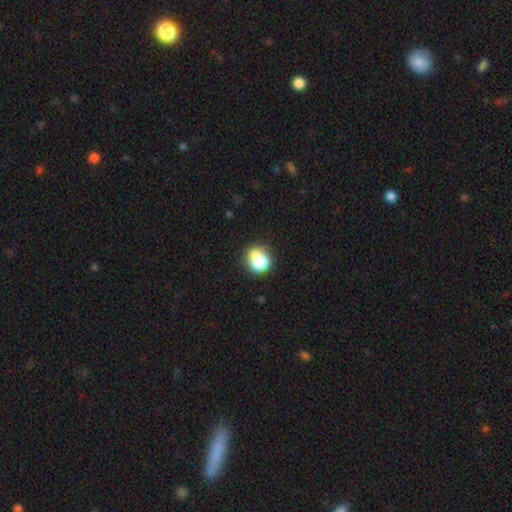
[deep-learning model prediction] Smooth or featured? smooth (72%)
How rounded? round (77%)
Merging? none (54%)